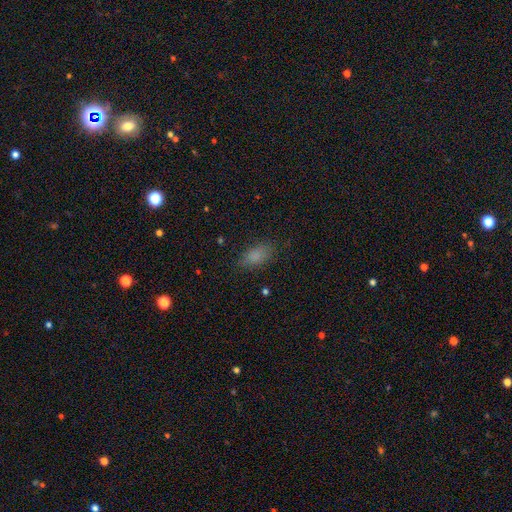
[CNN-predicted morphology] Smooth or featured: smooth — 80% (star or artifact — 12%)
How rounded: in between — 86% (cigar-shaped — 7%)
Merging: none — 76% (minor disturbance — 17%)